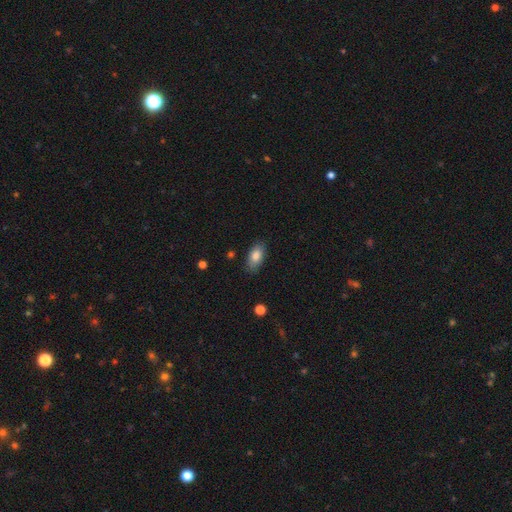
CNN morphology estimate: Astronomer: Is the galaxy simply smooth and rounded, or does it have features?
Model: smooth — 84%.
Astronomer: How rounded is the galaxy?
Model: in between — 90%.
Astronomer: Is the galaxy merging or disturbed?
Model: none — 83%.